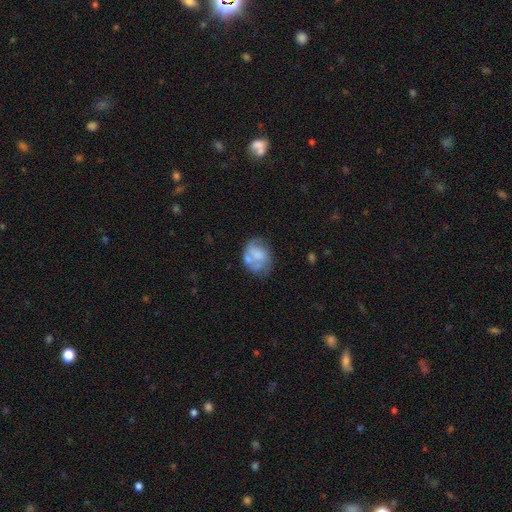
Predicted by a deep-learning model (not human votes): smooth-or-featured: smooth: 52% | featured or disk: 39% | star or artifact: 8%
  how-rounded: in between: 61% | round: 38% | cigar-shaped: 1%
  merging: none: 39% | minor disturbance: 28% | major disturbance: 19% | merger: 14%